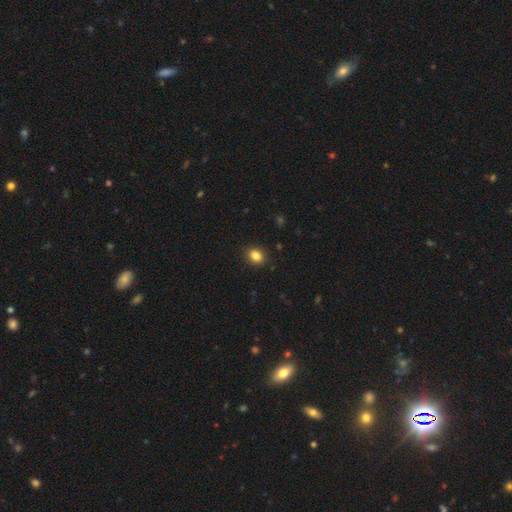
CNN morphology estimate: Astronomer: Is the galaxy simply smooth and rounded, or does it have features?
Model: smooth — 85%.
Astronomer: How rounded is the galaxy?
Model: in between — 50% (runner-up: round, 49%).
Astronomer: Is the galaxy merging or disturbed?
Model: none — 90%.